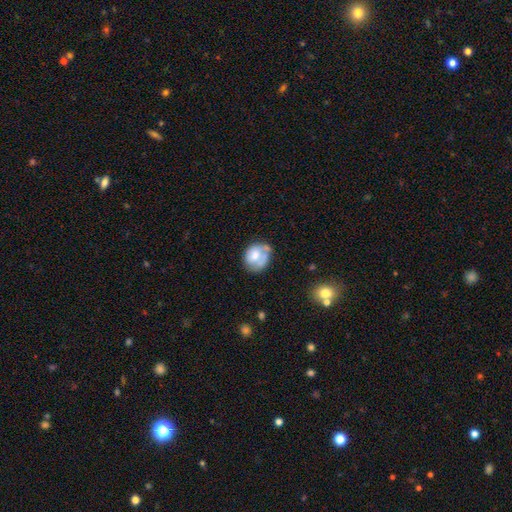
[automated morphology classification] Smooth or featured?
  - smooth: 56% *
  - featured or disk: 37%
  - star or artifact: 8%
How rounded?
  - round: 53% *
  - in between: 46%
  - cigar-shaped: 1%
Merging?
  - none: 43% *
  - minor disturbance: 30%
  - major disturbance: 15%
  - merger: 12%